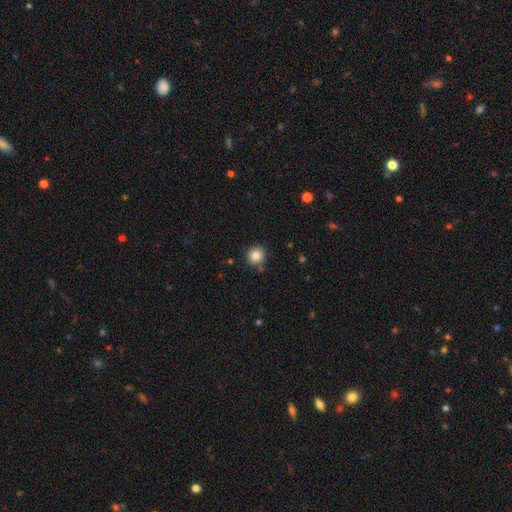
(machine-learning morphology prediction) The model was most divided on "merging": none: 82%, minor disturbance: 11%, merger: 5%, major disturbance: 3%. More confident: how rounded — round (91%); smooth or featured — smooth (83%).